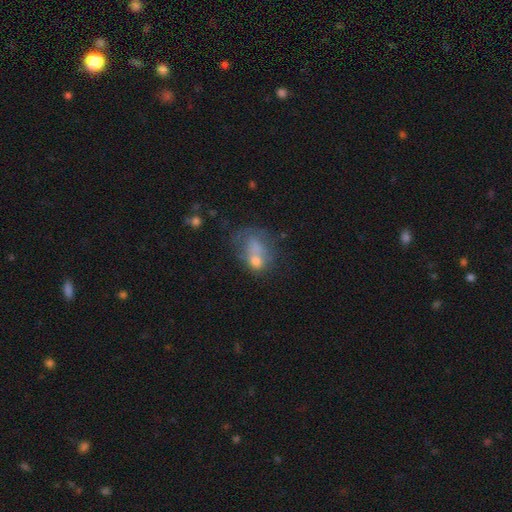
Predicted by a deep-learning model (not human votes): This is possibly a smooth galaxy (55%). How rounded: likely in between (67%). Merging: marginally major disturbance (29%).